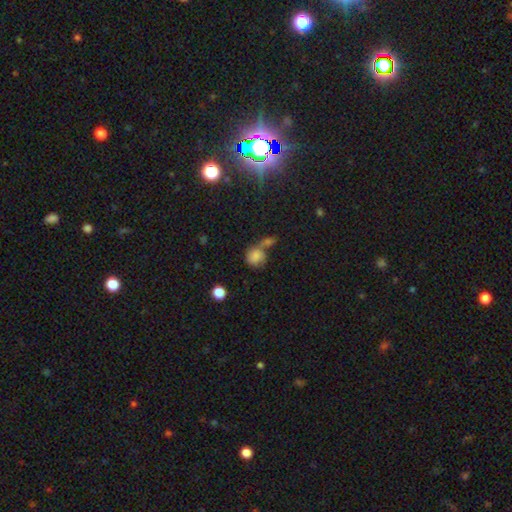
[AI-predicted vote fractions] Smooth or featured? smooth (81%)
How rounded? round (79%)
Merging? merger (47%)